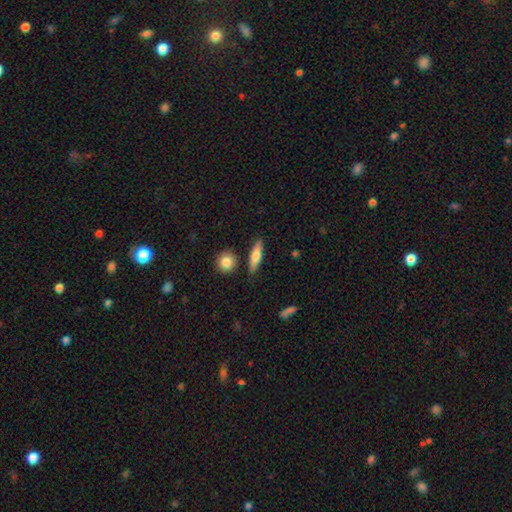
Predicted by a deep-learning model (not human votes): Smooth or featured?
  - smooth: 66% *
  - featured or disk: 28%
  - star or artifact: 6%
How rounded?
  - cigar-shaped: 66% *
  - in between: 29%
  - round: 5%
Merging?
  - none: 83% *
  - minor disturbance: 9%
  - merger: 5%
  - major disturbance: 2%